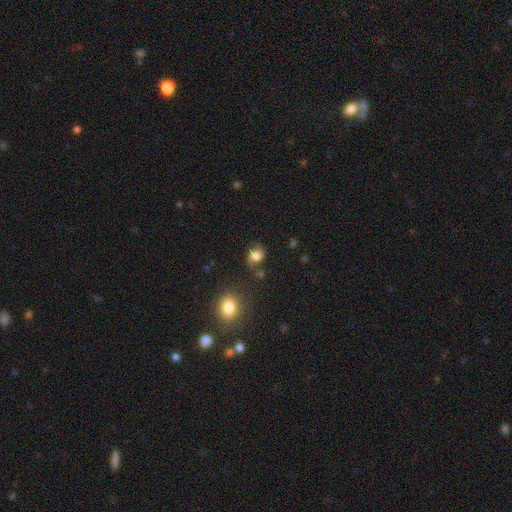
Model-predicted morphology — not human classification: Smooth or featured? Predicted: smooth (p=0.64). How rounded? Predicted: round (p=0.57). Merging? Predicted: none (p=0.58).